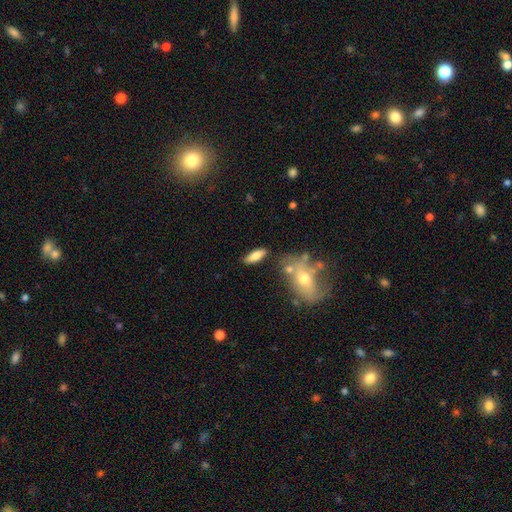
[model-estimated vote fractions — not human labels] smooth_or_featured: smooth (p=0.73) [alt: featured or disk p=0.20]
how_rounded: in between (p=0.62) [alt: cigar-shaped p=0.35]
merging: none (p=0.76) [alt: minor disturbance p=0.13]